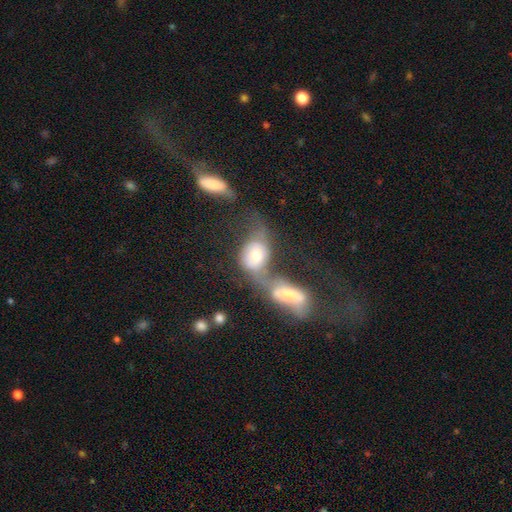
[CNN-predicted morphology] smooth-or-featured: smooth: 47% | featured or disk: 44% | star or artifact: 9%
  merging: merger: 73% | major disturbance: 13% | none: 9% | minor disturbance: 5%